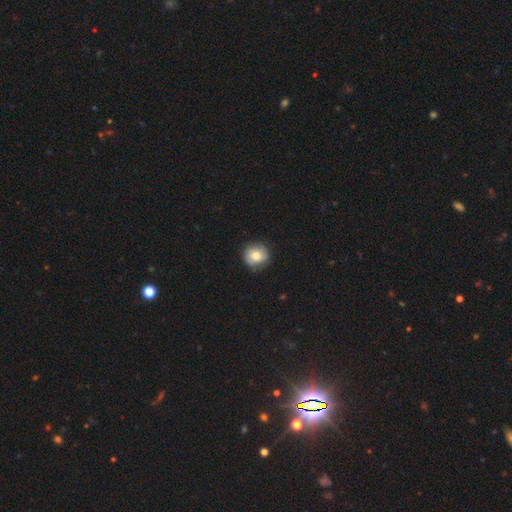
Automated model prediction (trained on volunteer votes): smooth_or_featured: smooth (p=0.73) [alt: featured or disk p=0.18]
how_rounded: round (p=0.87) [alt: in between p=0.12]
merging: none (p=0.81) [alt: minor disturbance p=0.15]